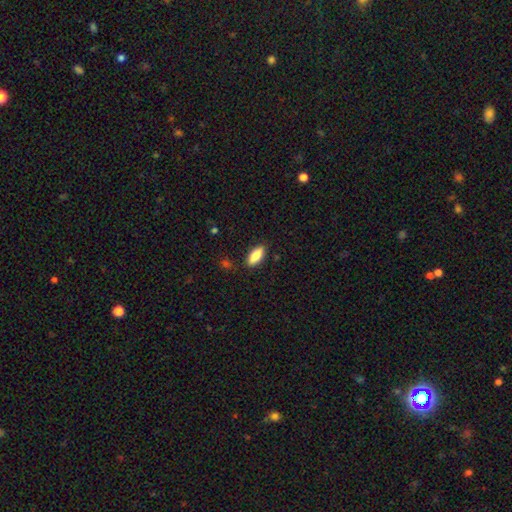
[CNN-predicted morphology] Q: Smooth or featured?
A: smooth (84%); runner-up: featured or disk (9%)
Q: How rounded?
A: in between (78%); runner-up: cigar-shaped (20%)
Q: Merging?
A: none (86%); runner-up: minor disturbance (10%)